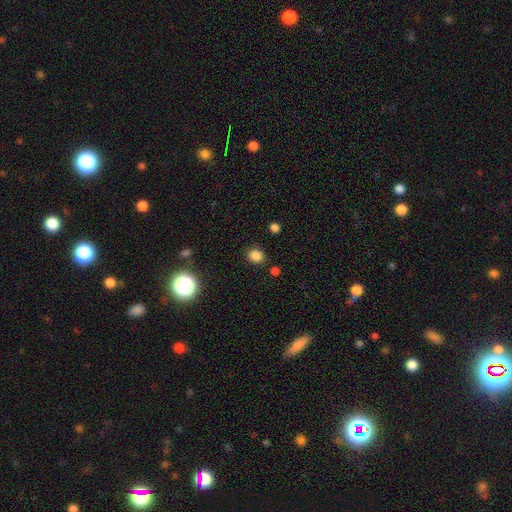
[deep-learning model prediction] smooth 83%, star or artifact 13%, featured or disk 4%. Down the decision tree: how rounded — round (72%); merging — none (85%).